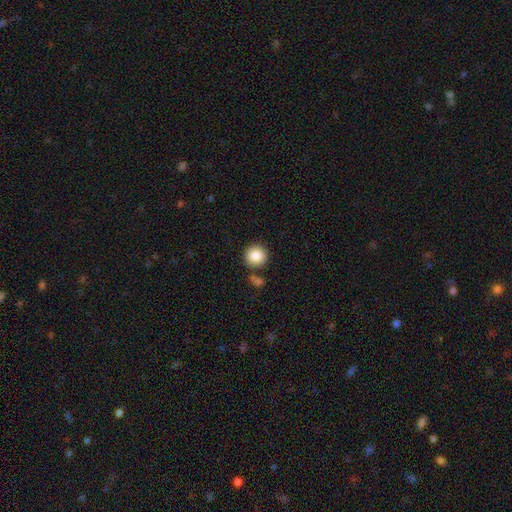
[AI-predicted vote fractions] smooth_or_featured: smooth (p=0.87) [alt: star or artifact p=0.08]
how_rounded: round (p=0.93) [alt: in between p=0.06]
merging: none (p=0.79) [alt: minor disturbance p=0.09]